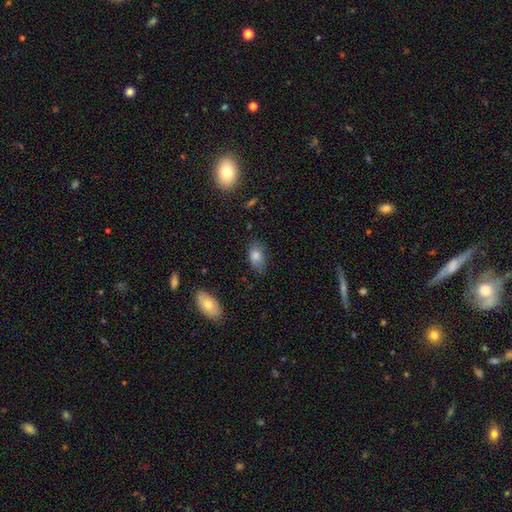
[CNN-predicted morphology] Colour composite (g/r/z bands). It shows a smooth galaxy with no disk features (80%) that is in between round and cigar-shaped (88%). Merging: none (71%).